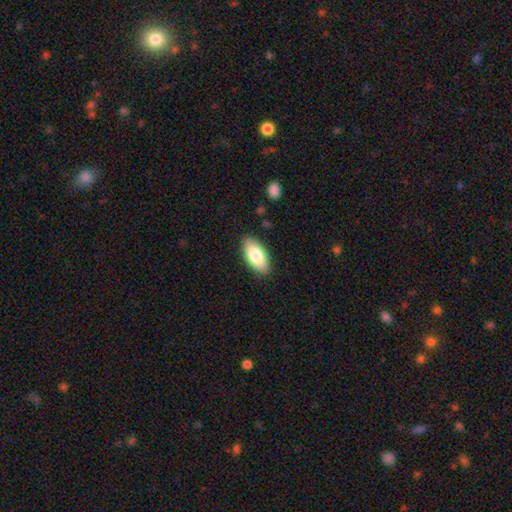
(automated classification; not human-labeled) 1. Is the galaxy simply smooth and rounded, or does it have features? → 83% smooth, 11% featured or disk, 6% star or artifact.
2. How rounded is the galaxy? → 91% in between, 6% cigar-shaped, 2% round.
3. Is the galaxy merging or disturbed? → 87% none, 10% minor disturbance, 2% major disturbance, 1% merger.